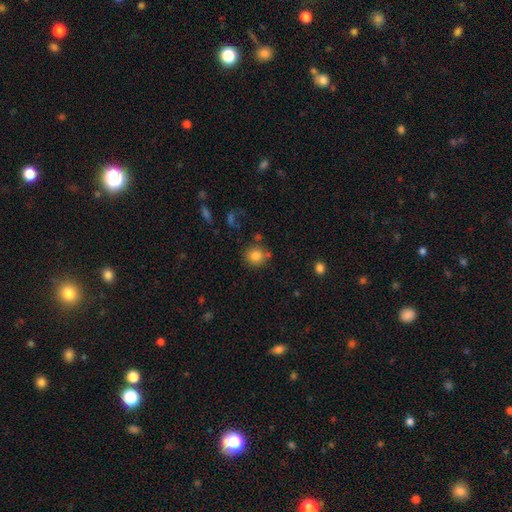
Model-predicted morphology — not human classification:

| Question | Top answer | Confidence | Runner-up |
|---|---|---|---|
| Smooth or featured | smooth | 82% | star or artifact (11%) |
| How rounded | round | 88% | in between (11%) |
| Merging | none | 78% | minor disturbance (11%) |